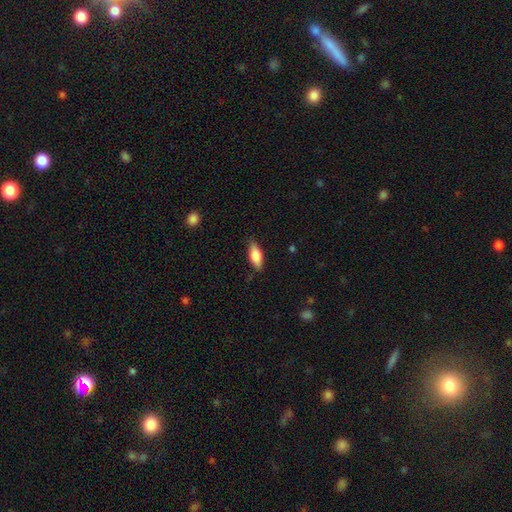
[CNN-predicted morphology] type=smooth (78%); roundness=in between (77%); merging=none (80%).